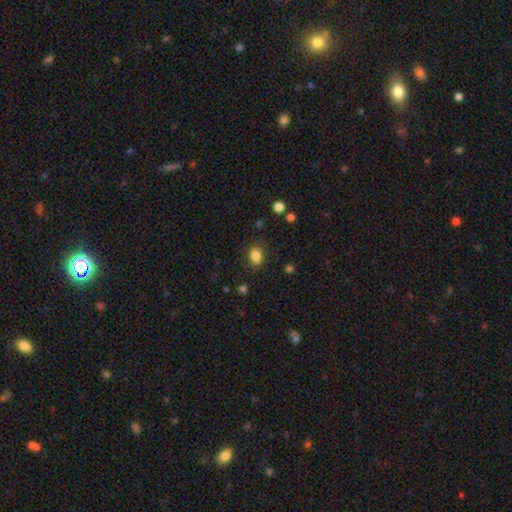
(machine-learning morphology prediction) The model was most divided on "how rounded": in between: 70%, round: 29%, cigar-shaped: 1%. More confident: smooth or featured — smooth (85%); merging — none (81%).